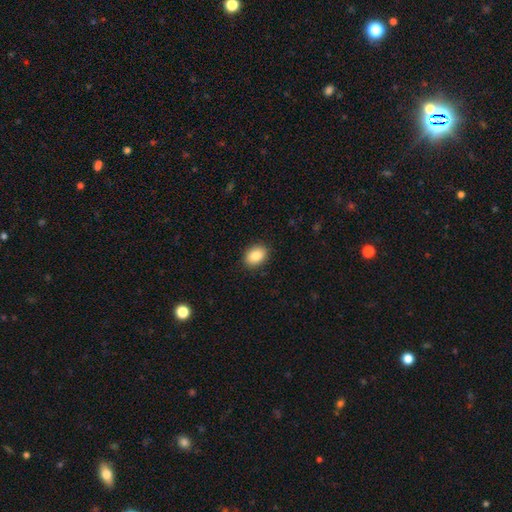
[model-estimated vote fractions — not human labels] A smooth galaxy with no disk features (86%) that is in between round and cigar-shaped (68%). Merging: none (89%).